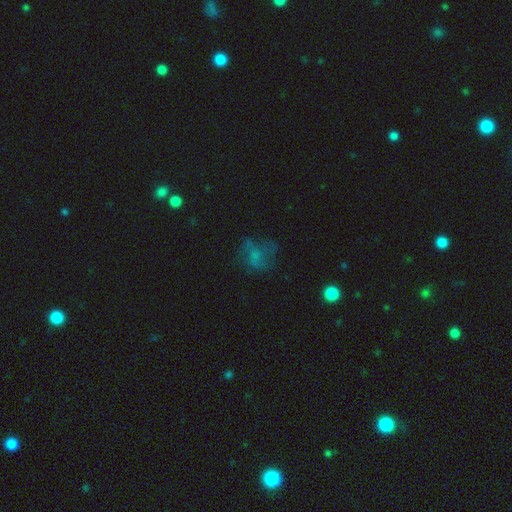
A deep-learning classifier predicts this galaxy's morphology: Overall: smooth (44%; featured or disk 36%). Merging: none (46%; major disturbance 30%).